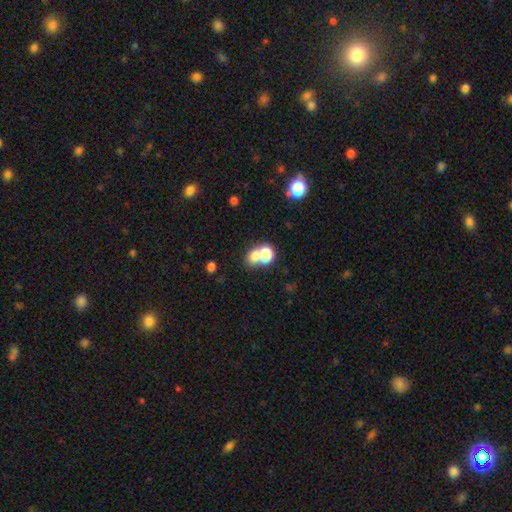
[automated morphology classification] Smooth or featured: smooth — 71% (star or artifact — 15%)
How rounded: round — 57% (in between — 41%)
Merging: merger — 57% (none — 32%)